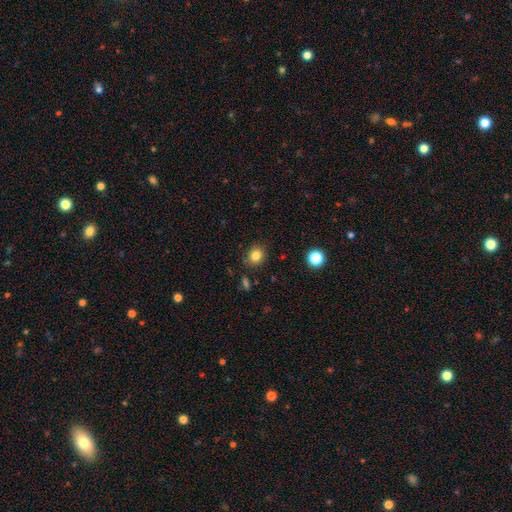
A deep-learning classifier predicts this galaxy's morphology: Smooth or featured? smooth (82%)
How rounded? round (70%)
Merging? none (84%)